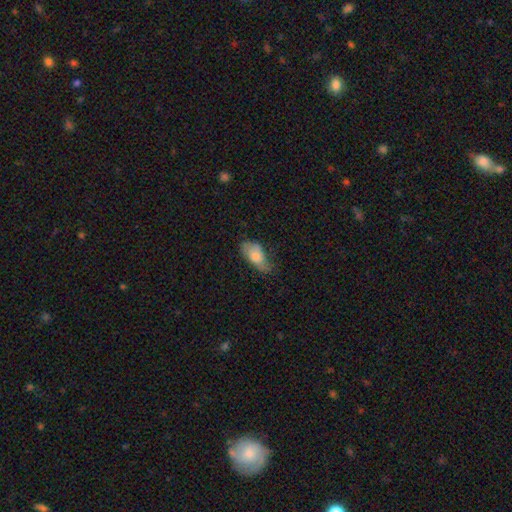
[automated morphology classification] type=smooth (73%); roundness=in between (90%); merging=none (40%).